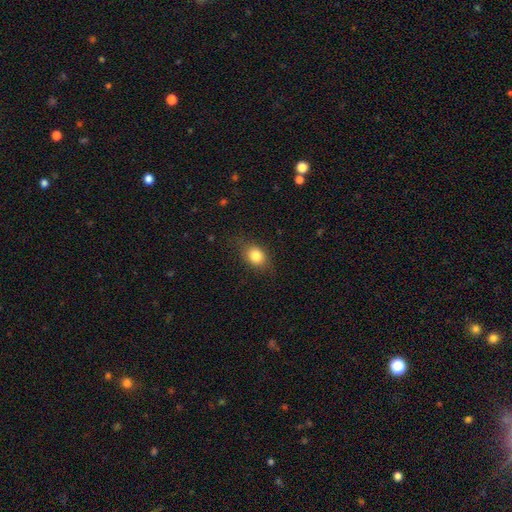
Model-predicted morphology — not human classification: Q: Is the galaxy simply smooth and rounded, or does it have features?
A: smooth — 82%.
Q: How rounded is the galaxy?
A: in between — 56%.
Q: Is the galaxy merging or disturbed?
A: none — 77%.